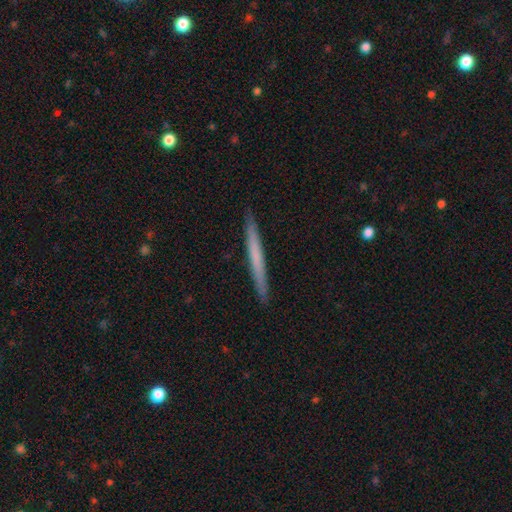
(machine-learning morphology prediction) Smooth or featured: smooth — 57% (featured or disk — 38%)
How rounded: cigar-shaped — 97% (in between — 2%)
Merging: none — 92% (minor disturbance — 6%)